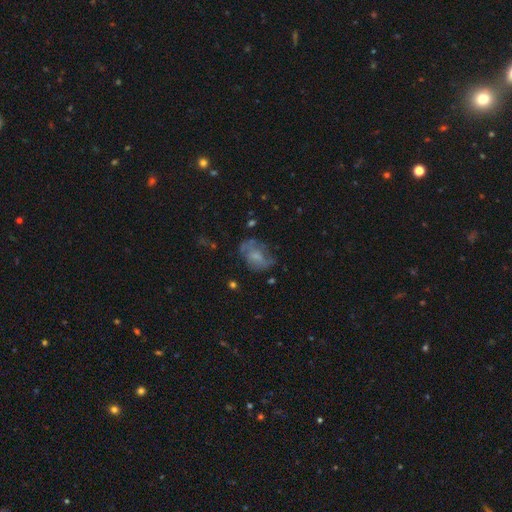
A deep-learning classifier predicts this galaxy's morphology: smooth 49%, featured or disk 40%, star or artifact 11%. Down the decision tree: merging — none (47%).